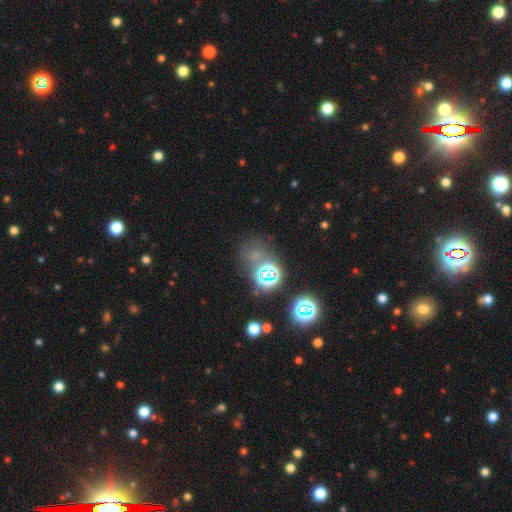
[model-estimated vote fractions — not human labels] Overall: star or artifact (52%; smooth 35%).